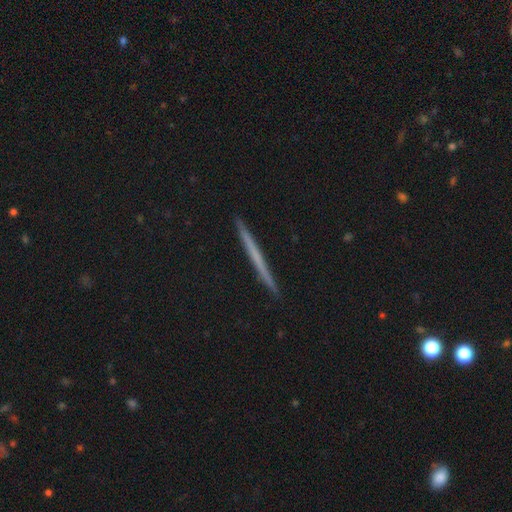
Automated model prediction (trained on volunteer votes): Q: Smooth or featured?
A: featured or disk (48%); runner-up: smooth (46%)
Q: Merging?
A: none (93%); runner-up: minor disturbance (5%)